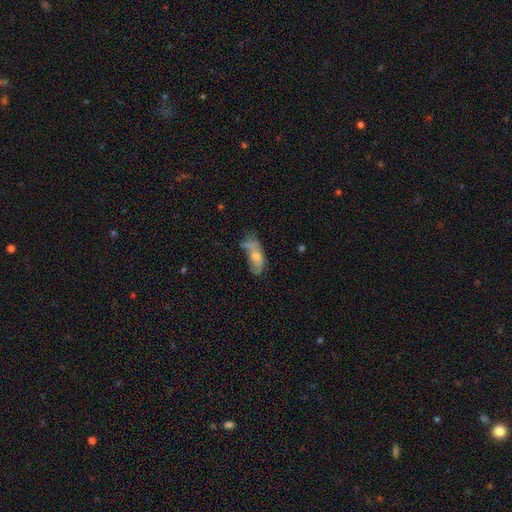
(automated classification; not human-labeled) The model was most divided on "merging": major disturbance: 31%, minor disturbance: 28%, none: 28%, merger: 14%. More confident: how rounded — in between (80%); smooth or featured — smooth (59%).